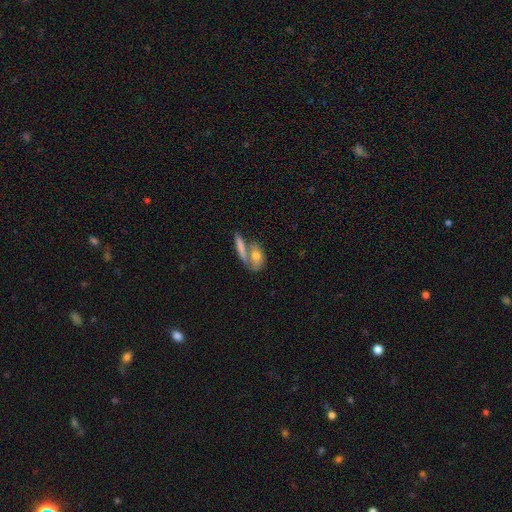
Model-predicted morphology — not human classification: Smooth or featured: smooth — 60% (featured or disk — 31%)
How rounded: in between — 59% (cigar-shaped — 28%)
Merging: merger — 45% (none — 39%)